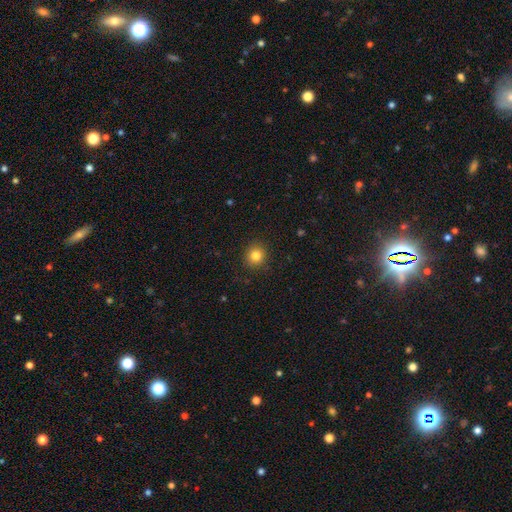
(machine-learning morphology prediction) Overall: smooth (83%). How rounded: round (89%). Merging: none (91%).